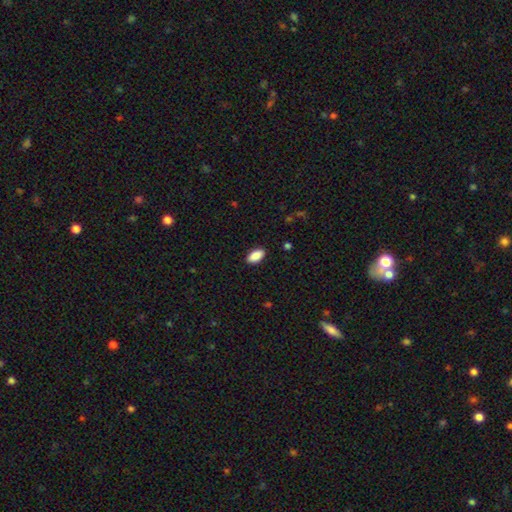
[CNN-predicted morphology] smooth 89%, star or artifact 7%, featured or disk 5%. Down the decision tree: how rounded — in between (92%); merging — none (89%).